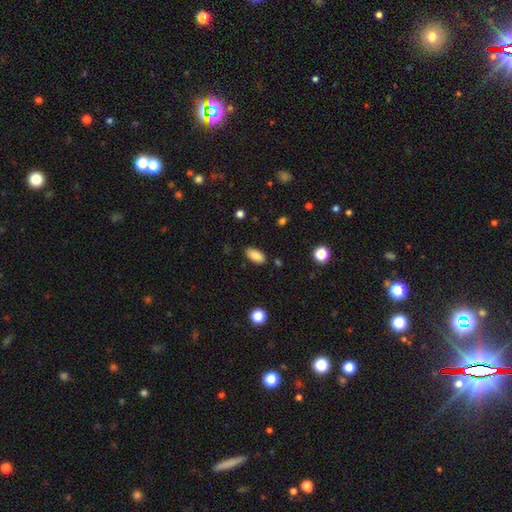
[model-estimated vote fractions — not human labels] Q: Smooth or featured?
A: smooth (86%); runner-up: star or artifact (8%)
Q: How rounded?
A: in between (91%); runner-up: cigar-shaped (6%)
Q: Merging?
A: none (84%); runner-up: minor disturbance (12%)